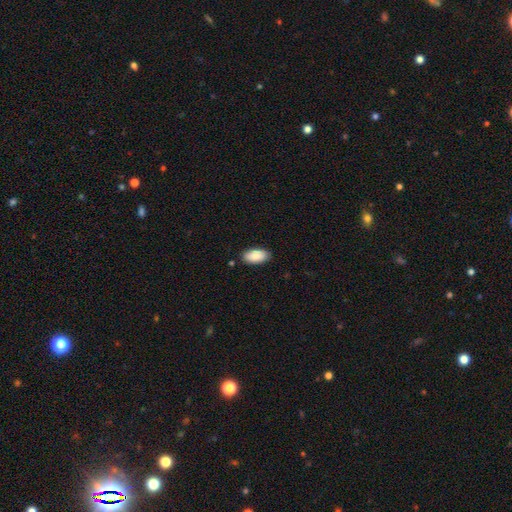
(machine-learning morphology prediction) Q: Smooth or featured?
A: smooth (88%); runner-up: featured or disk (6%)
Q: How rounded?
A: in between (95%); runner-up: cigar-shaped (3%)
Q: Merging?
A: none (86%); runner-up: minor disturbance (11%)